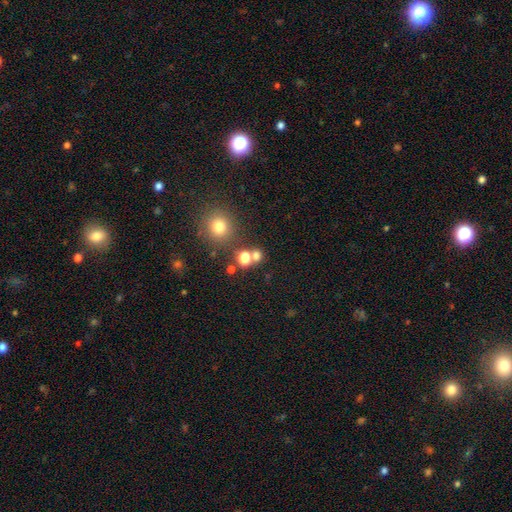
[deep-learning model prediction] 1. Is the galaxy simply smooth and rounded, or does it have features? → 71% smooth, 21% star or artifact, 8% featured or disk.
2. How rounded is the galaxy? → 83% round, 16% in between, 1% cigar-shaped.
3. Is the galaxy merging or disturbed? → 64% none, 25% merger, 7% minor disturbance, 4% major disturbance.